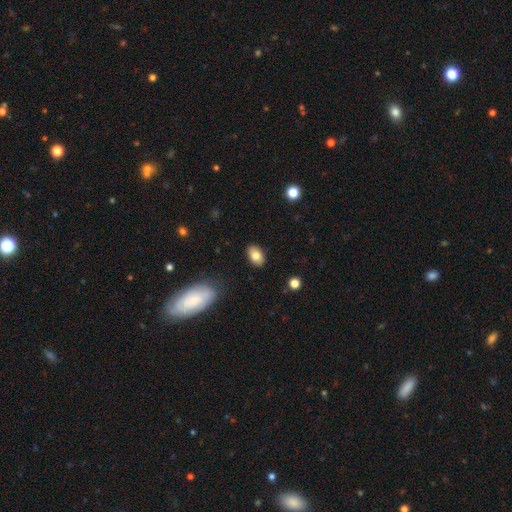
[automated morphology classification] type=smooth (81%); roundness=in between (90%); merging=none (86%).